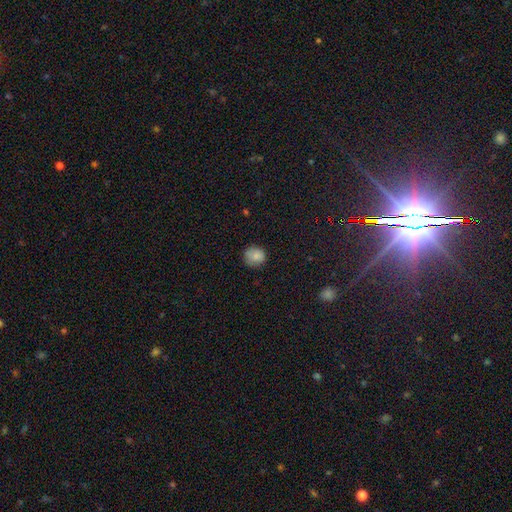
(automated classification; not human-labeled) smooth_or_featured: smooth (p=0.83) [alt: star or artifact p=0.10]
how_rounded: round (p=0.83) [alt: in between p=0.16]
merging: none (p=0.76) [alt: minor disturbance p=0.18]